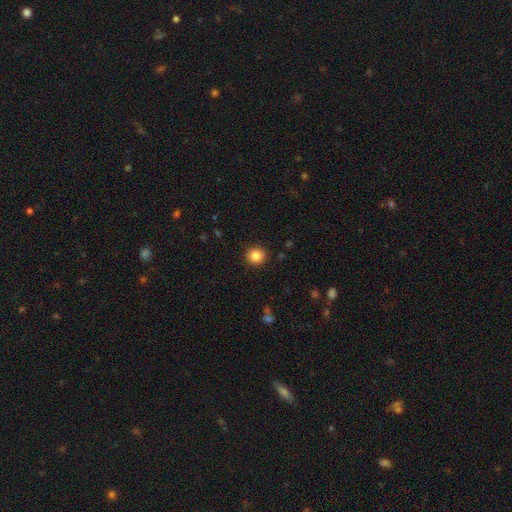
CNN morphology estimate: Overall: smooth (84%). How rounded: round (91%). Merging: none (91%).